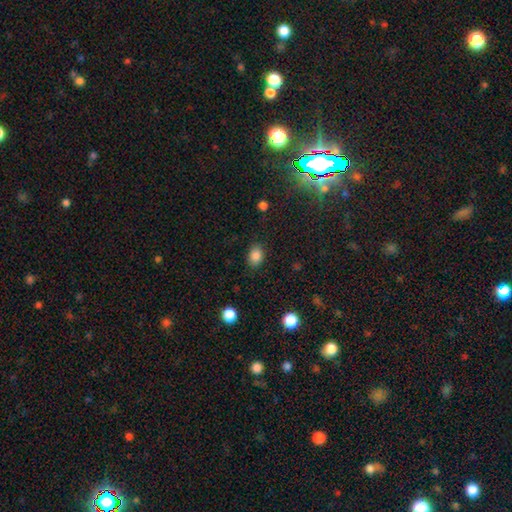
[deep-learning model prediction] smooth-or-featured: smooth: 85% | star or artifact: 10% | featured or disk: 5%
  how-rounded: in between: 68% | round: 31% | cigar-shaped: 1%
  merging: none: 85% | minor disturbance: 11% | major disturbance: 3% | merger: 1%